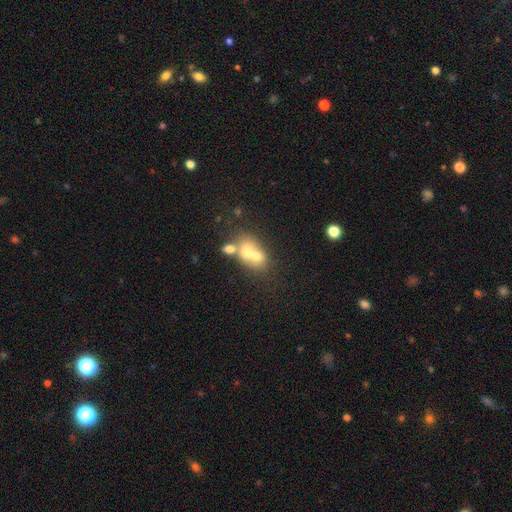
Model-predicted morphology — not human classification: A smooth galaxy with no disk features (61%) that is in between round and cigar-shaped (55%). Merging: merger (67%).